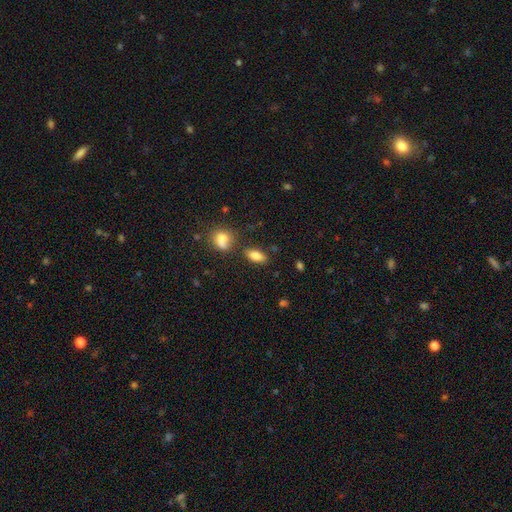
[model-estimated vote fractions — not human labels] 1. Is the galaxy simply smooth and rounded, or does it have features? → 84% smooth, 9% star or artifact, 8% featured or disk.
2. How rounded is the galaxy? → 88% in between, 7% cigar-shaped, 5% round.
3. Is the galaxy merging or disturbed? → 78% none, 11% minor disturbance, 8% merger, 3% major disturbance.